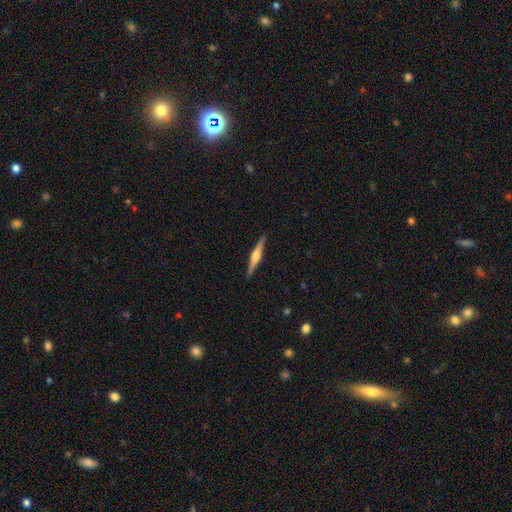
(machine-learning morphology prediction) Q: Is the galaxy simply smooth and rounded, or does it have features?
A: featured or disk — 72%.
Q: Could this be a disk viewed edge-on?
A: yes — 98%.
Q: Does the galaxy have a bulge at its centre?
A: rounded — 80%.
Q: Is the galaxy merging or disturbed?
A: none — 91%.